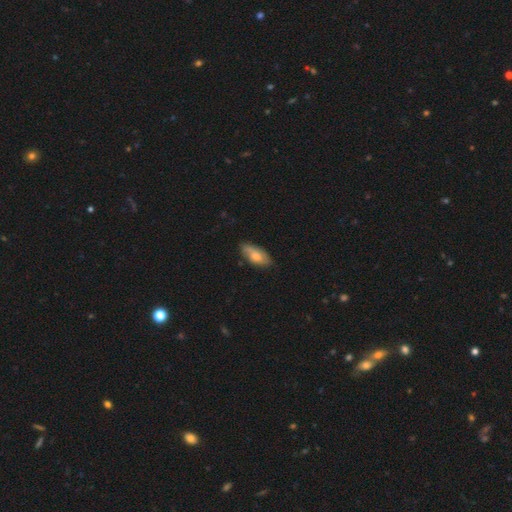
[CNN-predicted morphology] smooth 65%, featured or disk 28%, star or artifact 7%. Down the decision tree: how rounded — in between (86%); merging — none (70%).